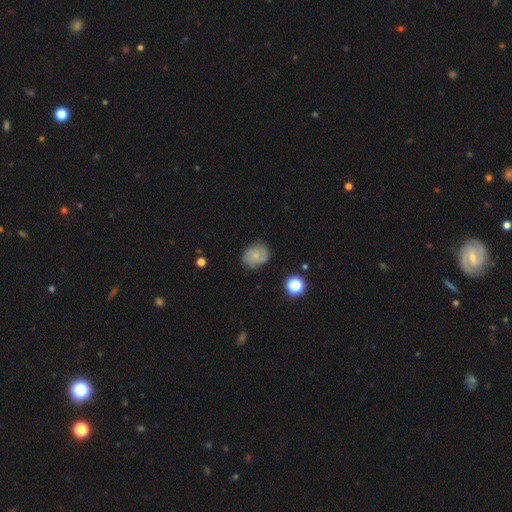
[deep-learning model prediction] Morphology: type=smooth (54%); roundness=round (51%); merging=none (69%).